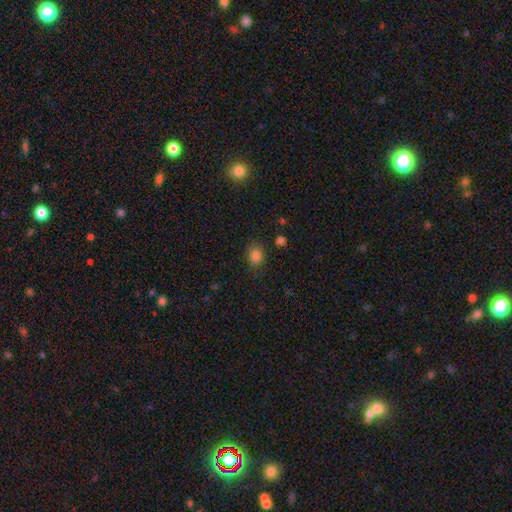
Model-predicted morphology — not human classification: Smooth or featured? smooth (82%)
How rounded? in between (59%)
Merging? none (75%)